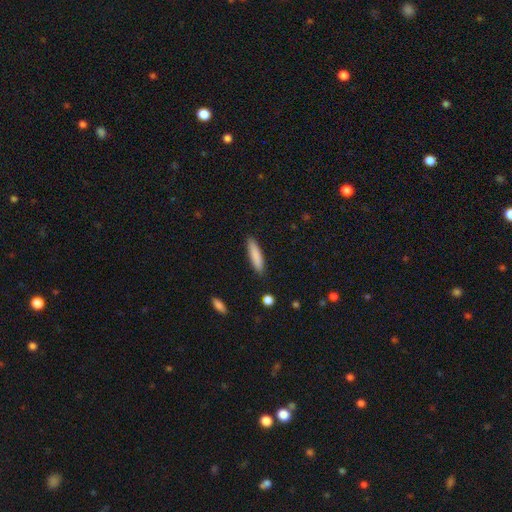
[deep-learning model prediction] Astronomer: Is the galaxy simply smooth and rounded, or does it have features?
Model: smooth — 85%.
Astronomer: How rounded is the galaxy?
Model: cigar-shaped — 75%.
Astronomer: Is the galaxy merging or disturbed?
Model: none — 88%.